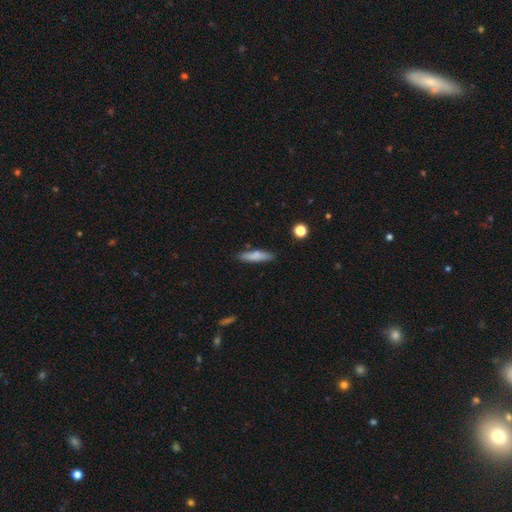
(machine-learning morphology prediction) smooth-or-featured: smooth: 76% | featured or disk: 16% | star or artifact: 7%
  how-rounded: cigar-shaped: 77% | in between: 21% | round: 2%
  merging: none: 83% | minor disturbance: 12% | merger: 3% | major disturbance: 2%